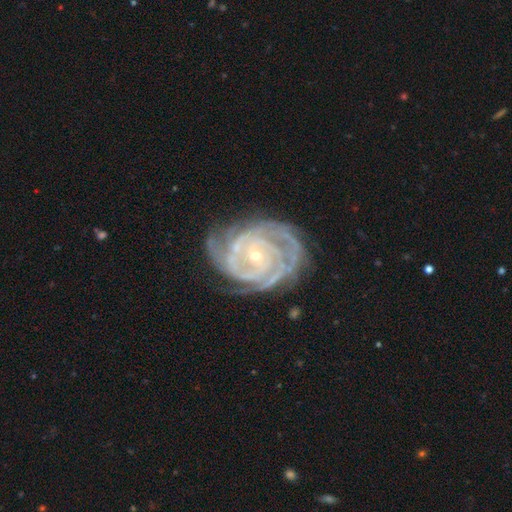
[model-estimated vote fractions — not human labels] Smooth or featured? Predicted: featured or disk (p=0.91). Edge-on disk? Predicted: no (p=0.98). Bar? Predicted: no (p=0.65). Spiral arms? Predicted: yes (p=0.98). Spiral winding? Predicted: tight (p=0.79). Spiral arm count? Predicted: 3 (p=0.29). Bulge size? Predicted: small (p=0.78). Merging? Predicted: none (p=0.65).